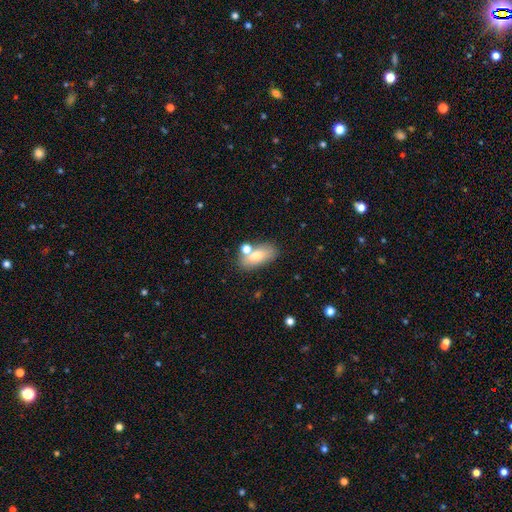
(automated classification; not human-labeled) Smooth or featured?
  - smooth: 71% *
  - featured or disk: 20%
  - star or artifact: 9%
How rounded?
  - in between: 87% *
  - round: 7%
  - cigar-shaped: 6%
Merging?
  - none: 62% *
  - merger: 20%
  - minor disturbance: 14%
  - major disturbance: 5%